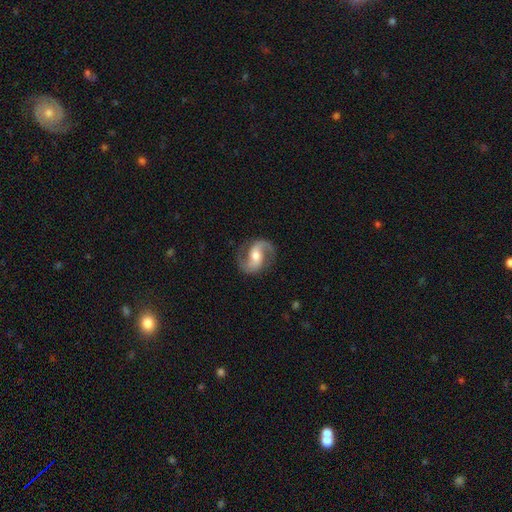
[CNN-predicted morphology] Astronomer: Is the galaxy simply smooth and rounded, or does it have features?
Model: featured or disk — 88%.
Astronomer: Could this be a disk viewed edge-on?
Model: no — 98%.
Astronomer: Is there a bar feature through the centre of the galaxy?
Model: weak — 43% (runner-up: no, 31%).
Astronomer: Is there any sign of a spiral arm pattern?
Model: yes — 97%.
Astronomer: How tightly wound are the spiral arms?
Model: medium — 52% (runner-up: loose, 34%).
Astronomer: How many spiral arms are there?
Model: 2 — 93%.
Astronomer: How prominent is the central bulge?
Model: moderate — 68%.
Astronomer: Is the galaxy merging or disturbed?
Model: none — 83%.